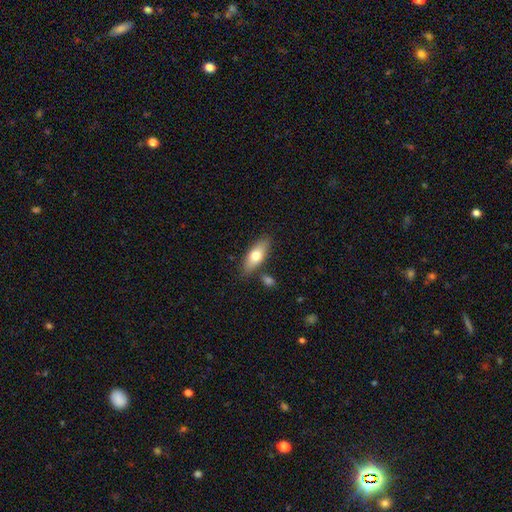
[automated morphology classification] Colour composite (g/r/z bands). It shows a smooth galaxy with no disk features (70%) that is in between round and cigar-shaped (71%). Merging: none (78%).